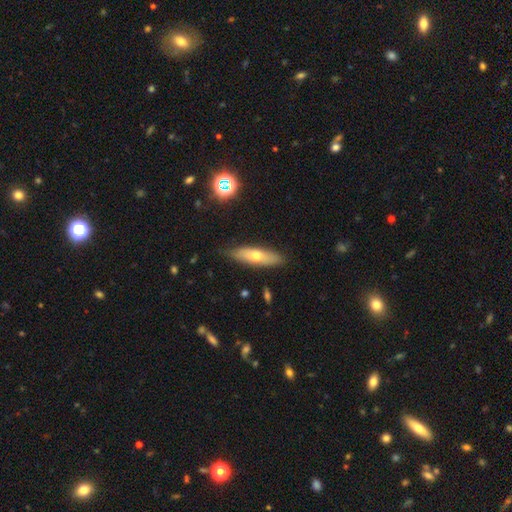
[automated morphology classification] Overall: smooth (58%; featured or disk 34%). How rounded: cigar-shaped (55%; in between 42%). Merging: none (82%).